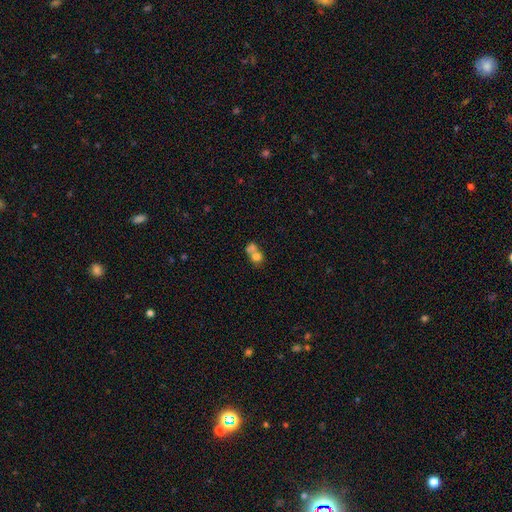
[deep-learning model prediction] Morphology: type=smooth (70%); roundness=round (68%); merging=merger (64%).